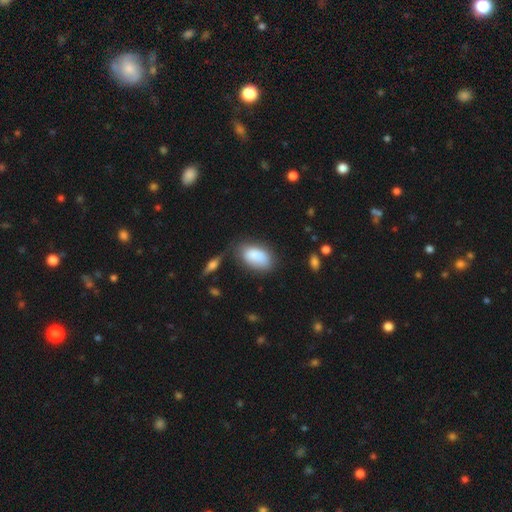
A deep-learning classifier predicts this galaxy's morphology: Smooth or featured? Predicted: smooth (p=0.86). How rounded? Predicted: in between (p=0.93). Merging? Predicted: none (p=0.63).